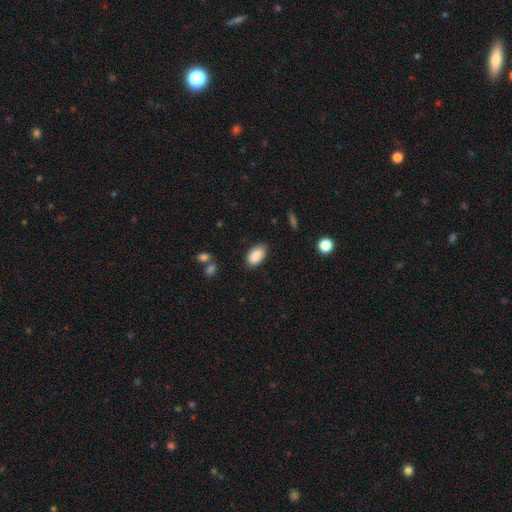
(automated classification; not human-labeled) This is clearly a smooth galaxy (89%). How rounded: clearly in between (93%). Merging: clearly none (81%).